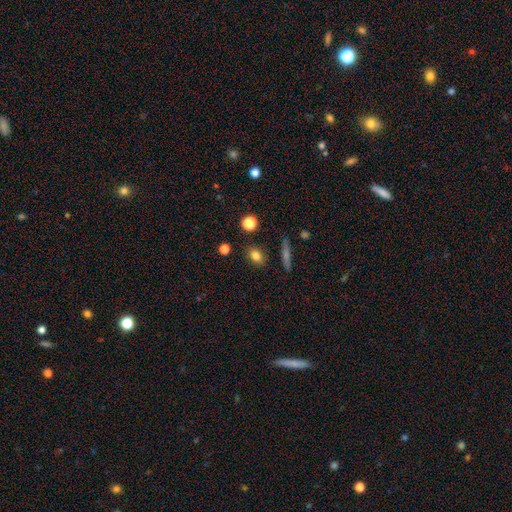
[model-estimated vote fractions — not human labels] This appears to be a smooth galaxy with no disk features (79%) that is in between round and cigar-shaped (65%). Merging: none (85%).